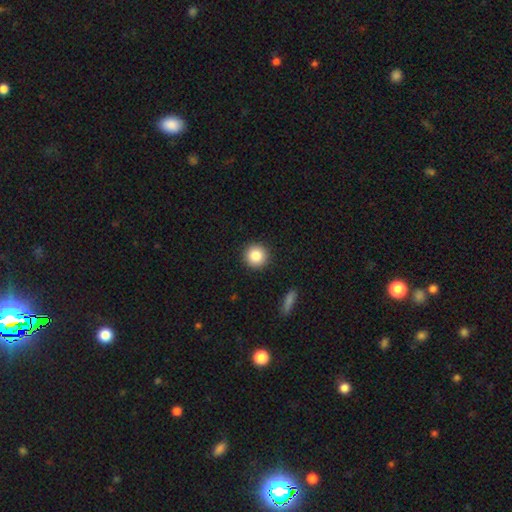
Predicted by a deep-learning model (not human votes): The model was most divided on "smooth or featured": smooth: 83%, star or artifact: 9%, featured or disk: 8%. More confident: how rounded — round (95%); merging — none (92%).